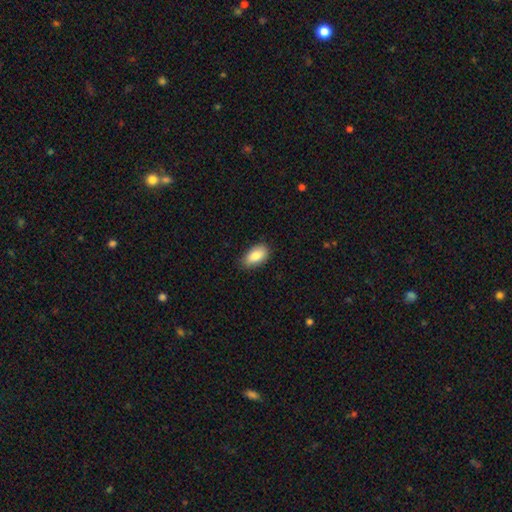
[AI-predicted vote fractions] smooth_or_featured: smooth (p=0.85) [alt: featured or disk p=0.08]
how_rounded: in between (p=0.92) [alt: round p=0.05]
merging: none (p=0.81) [alt: minor disturbance p=0.16]